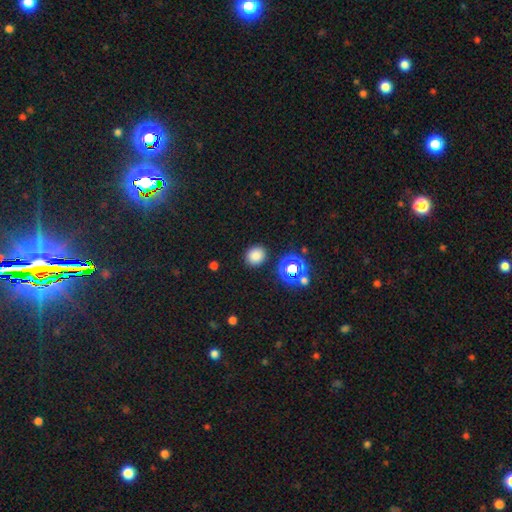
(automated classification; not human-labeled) Smooth or featured? Predicted: smooth (p=0.79). How rounded? Predicted: round (p=0.77). Merging? Predicted: none (p=0.87).